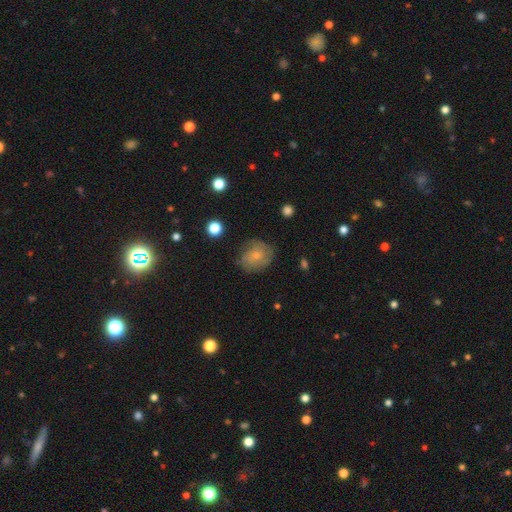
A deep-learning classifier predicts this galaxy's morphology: This is possibly a smooth galaxy (50%). Merging: likely none (67%).